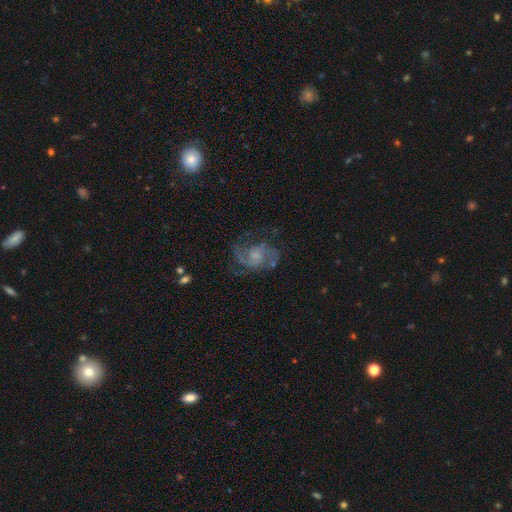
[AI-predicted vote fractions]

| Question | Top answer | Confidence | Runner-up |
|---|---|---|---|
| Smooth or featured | featured or disk | 77% | smooth (15%) |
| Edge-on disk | no | 98% | yes (2%) |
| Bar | no | 63% | weak (32%) |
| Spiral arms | yes | 89% | no (11%) |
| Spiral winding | medium | 51% | loose (28%) |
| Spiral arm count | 2 | 65% | can't tell (14%) |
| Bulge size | small | 43% | moderate (30%) |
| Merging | none | 57% | major disturbance (21%) |